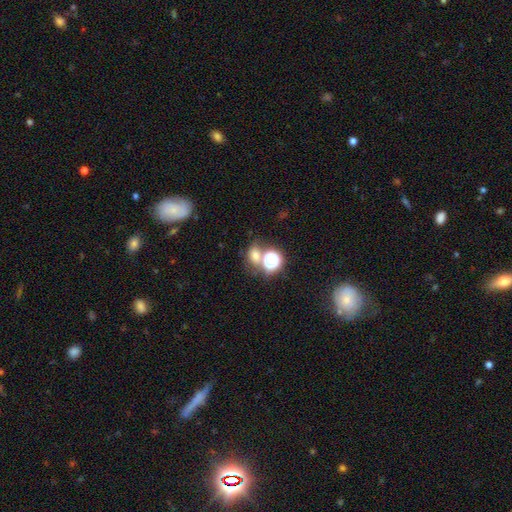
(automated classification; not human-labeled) smooth_or_featured: smooth (p=0.62) [alt: star or artifact p=0.27]
how_rounded: round (p=0.56) [alt: in between p=0.42]
merging: none (p=0.53) [alt: merger p=0.30]